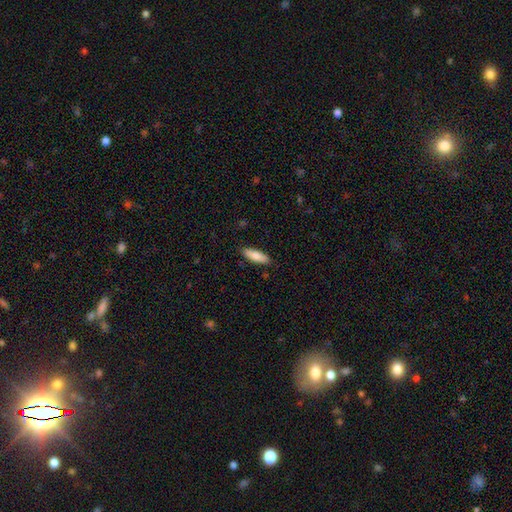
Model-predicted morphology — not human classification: smooth_or_featured: smooth (p=0.81) [alt: featured or disk p=0.13]
how_rounded: in between (p=0.52) [alt: cigar-shaped p=0.46]
merging: none (p=0.87) [alt: minor disturbance p=0.10]